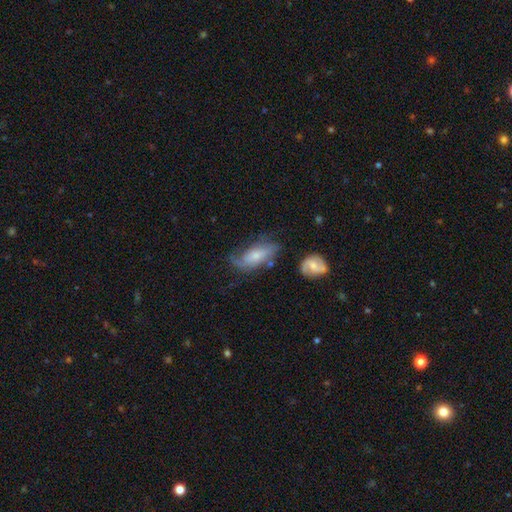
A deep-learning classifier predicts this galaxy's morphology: This is possibly a featured or disk galaxy (54%). It is clearly not viewed edge-on (88%). Merging: marginally none (43%).